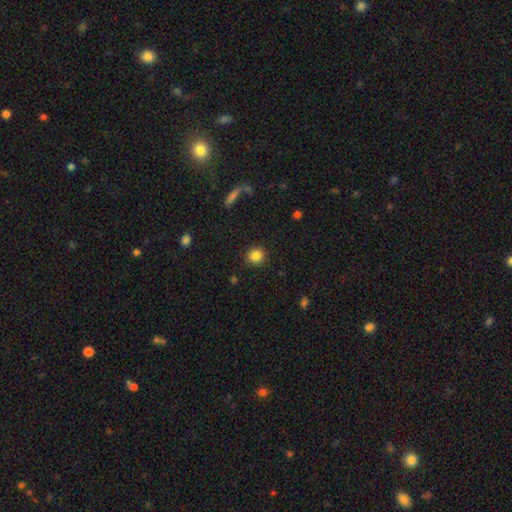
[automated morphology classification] A smooth galaxy with no disk features (86%) that is round (84%). Merging: none (90%).